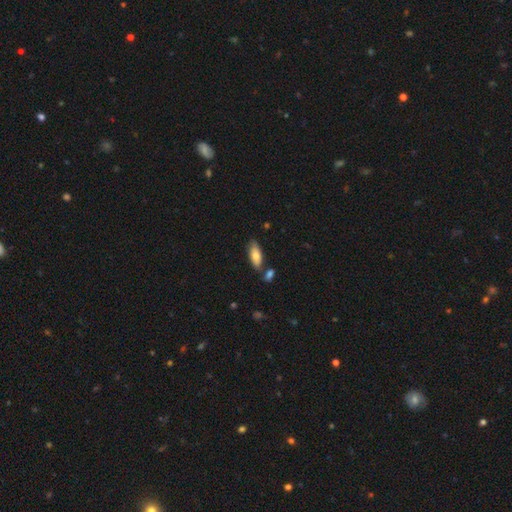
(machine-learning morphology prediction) Overall: smooth (76%). How rounded: in between (77%). Merging: none (74%).